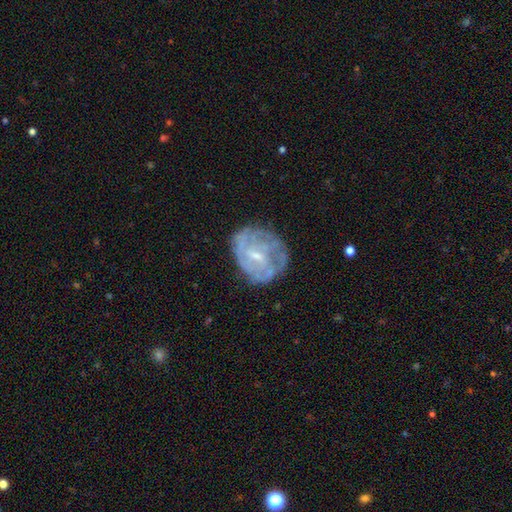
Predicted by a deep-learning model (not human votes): featured or disk 70%, smooth 22%, star or artifact 8%. Down the decision tree: edge-on disk — no (97%); bar — weak (50%); spiral arms — yes (63%); bulge size — small (61%); merging — none (65%).